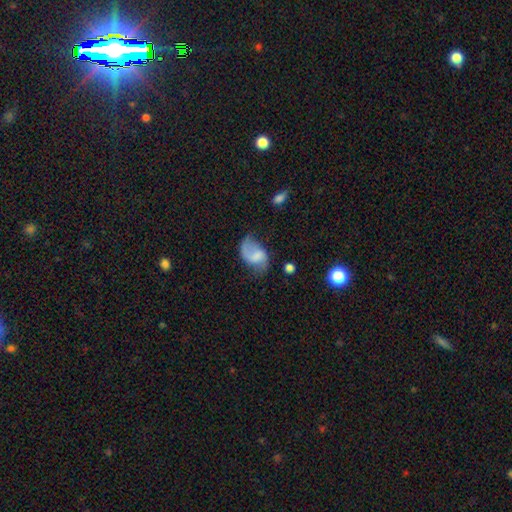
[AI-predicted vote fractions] Overall: featured or disk (52%; smooth 39%). Edge-on disk: no (97%). Bar: weak (44%; no 40%). Spiral arms: yes (83%). Bulge size: none (51%; small 19%). Merging: none (38%; minor disturbance 30%).